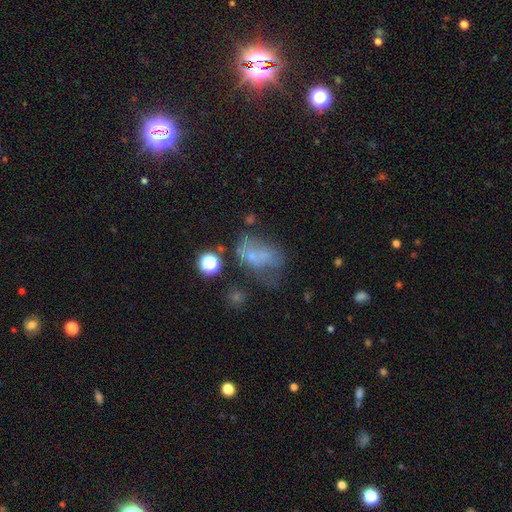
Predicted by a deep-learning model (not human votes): smooth-or-featured: smooth: 44% | featured or disk: 35% | star or artifact: 21%
  merging: major disturbance: 34% | none: 27% | minor disturbance: 23% | merger: 17%